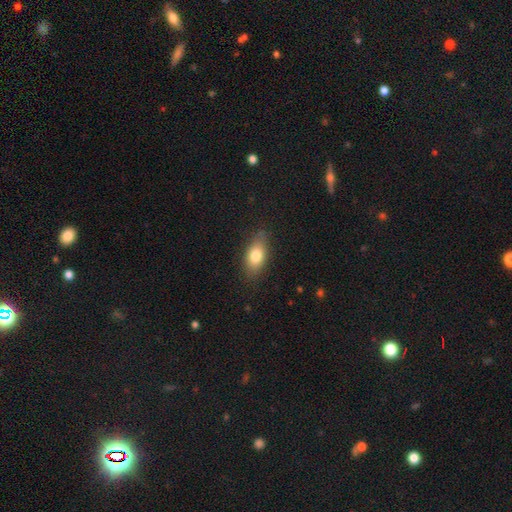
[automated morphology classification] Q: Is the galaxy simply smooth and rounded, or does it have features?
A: smooth — 79%.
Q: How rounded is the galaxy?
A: in between — 85%.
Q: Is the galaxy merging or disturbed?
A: none — 80%.